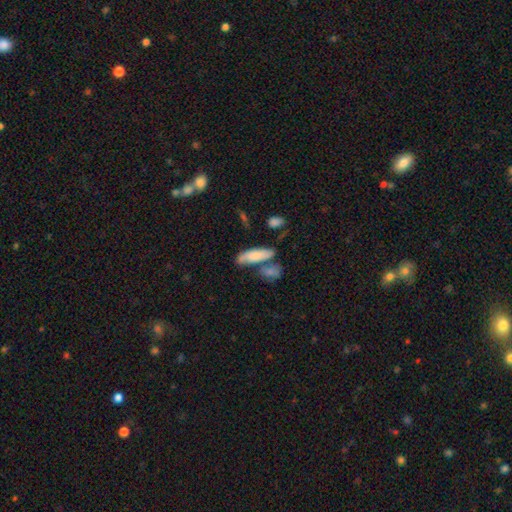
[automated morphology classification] smooth 71%, featured or disk 21%, star or artifact 8%. Down the decision tree: how rounded — in between (52%); merging — none (49%).